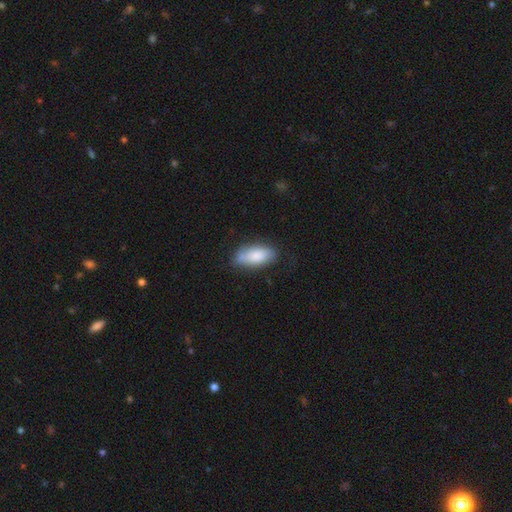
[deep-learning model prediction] smooth 80%, featured or disk 14%, star or artifact 6%. Down the decision tree: how rounded — in between (89%); merging — none (66%).